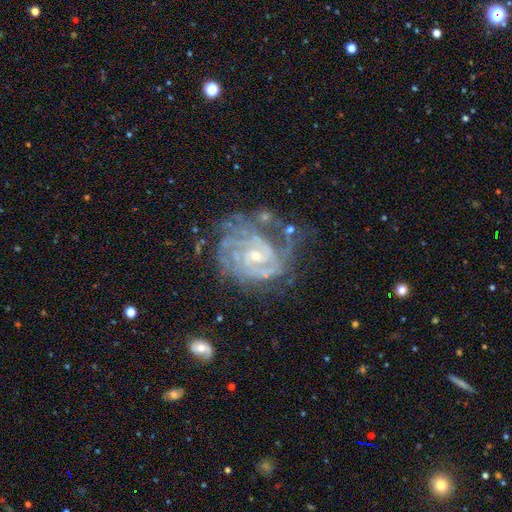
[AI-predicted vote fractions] A featured or disk galaxy (88%) with no bar (55%), tight (70%) spiral arms (95%) and a small central bulge (67%).

Vote fractions:
- Smooth or featured? featured or disk: 88% / star or artifact: 6% / smooth: 6%
- Edge-on disk? no: 98% / yes: 2%
- Bar? no: 55% / weak: 36% / strong: 9%
- Spiral arms? yes: 95% / no: 5%
- Spiral winding? tight: 70% / medium: 24% / loose: 5%
- Spiral arm count? can't tell: 34% / 2: 22% / 3: 19% / 4: 13% / more than 4: 6% / 1: 6%
- Bulge size? small: 67% / moderate: 28% / none: 2% / large: 1% / dominant: 1%
- Merging? none: 47% / minor disturbance: 25% / major disturbance: 22% / merger: 7%